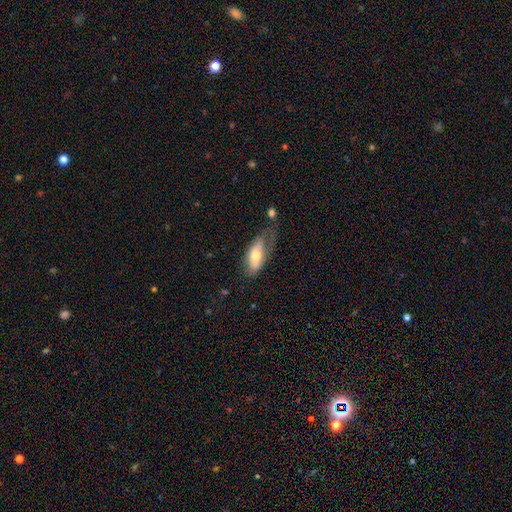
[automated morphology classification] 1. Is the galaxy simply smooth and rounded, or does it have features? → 61% smooth, 33% featured or disk, 6% star or artifact.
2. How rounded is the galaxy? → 83% in between, 15% cigar-shaped, 3% round.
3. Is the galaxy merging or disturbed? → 34% none (tied), 34% minor disturbance (tied), 27% major disturbance, 5% merger.